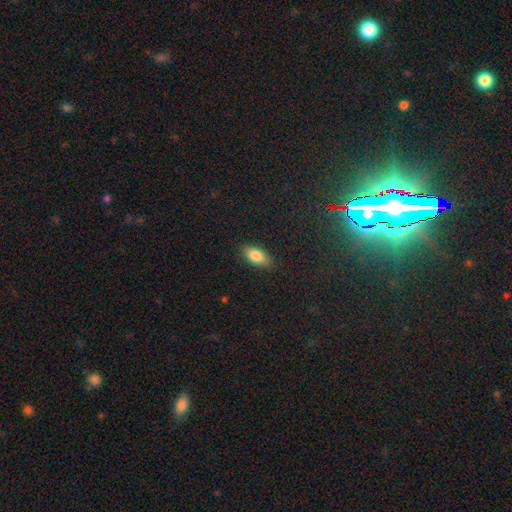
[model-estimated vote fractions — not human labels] A smooth galaxy with no disk features (82%) that is in between round and cigar-shaped (87%).

Vote fractions:
- Smooth or featured? smooth: 82% / featured or disk: 10% / star or artifact: 7%
- How rounded? in between: 87% / cigar-shaped: 10% / round: 4%
- Merging? none: 85% / minor disturbance: 11% / major disturbance: 3% / merger: 1%